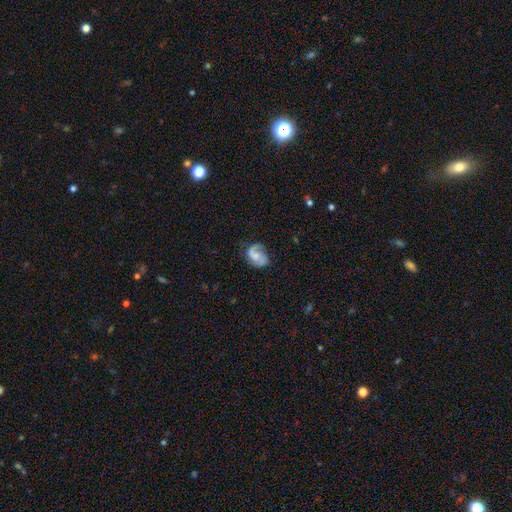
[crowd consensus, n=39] smooth-or-featured: featured or disk: 56% | smooth: 41% | star or artifact: 3%
  disk-edge-on: no: 95% | yes: 5%
    bar: no: 48% | weak: 43% | strong: 10%
    has-spiral-arms: yes: 95% | no: 5%
      spiral-winding: medium: 60% | loose: 30% | tight: 10%
      spiral-arm-count: 2: 65% | 1: 25% | can't tell: 10% | 3: 0% | 4: 0% | more than 4: 0%
    bulge-size: small: 52% | moderate: 33% | none: 14% | dominant: 0% | large: 0%
  merging: none: 42% | major disturbance: 32% | minor disturbance: 26% | merger: 0%